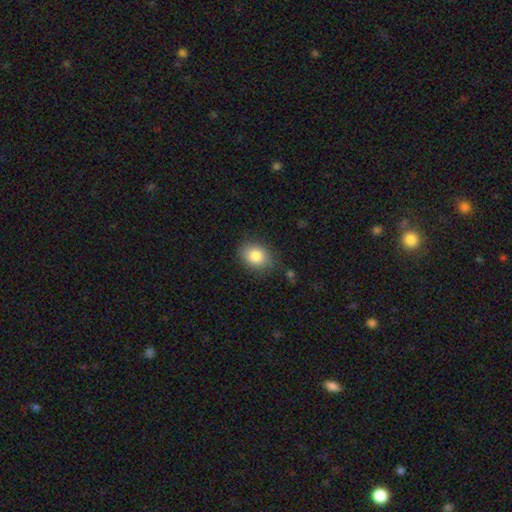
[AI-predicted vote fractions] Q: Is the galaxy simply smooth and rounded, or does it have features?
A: smooth — 85%.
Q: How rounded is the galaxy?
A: in between — 59%.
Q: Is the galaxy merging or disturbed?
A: none — 81%.